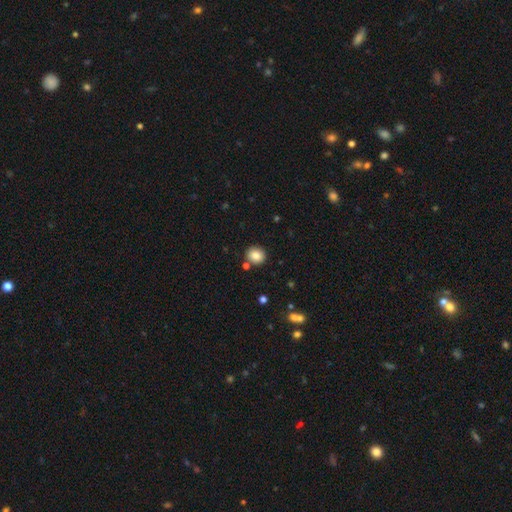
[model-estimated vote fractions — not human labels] Smooth or featured? smooth (84%)
How rounded? round (81%)
Merging? none (83%)